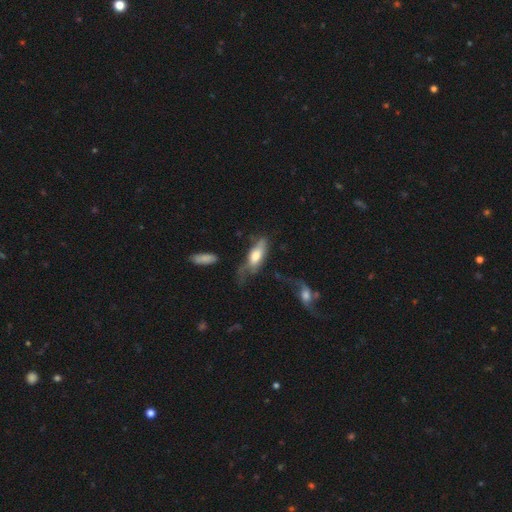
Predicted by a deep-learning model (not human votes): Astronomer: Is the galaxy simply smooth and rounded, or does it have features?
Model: smooth — 57% (runner-up: featured or disk, 36%).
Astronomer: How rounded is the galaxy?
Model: in between — 72%.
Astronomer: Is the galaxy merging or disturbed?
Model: major disturbance — 39% (runner-up: none, 28%).